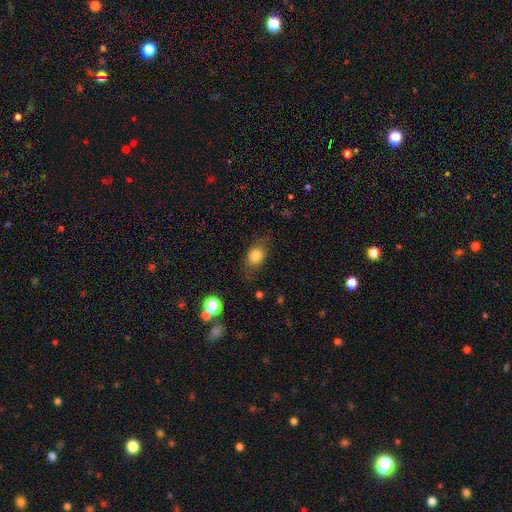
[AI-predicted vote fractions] Smooth or featured? smooth (79%)
How rounded? in between (69%)
Merging? none (72%)